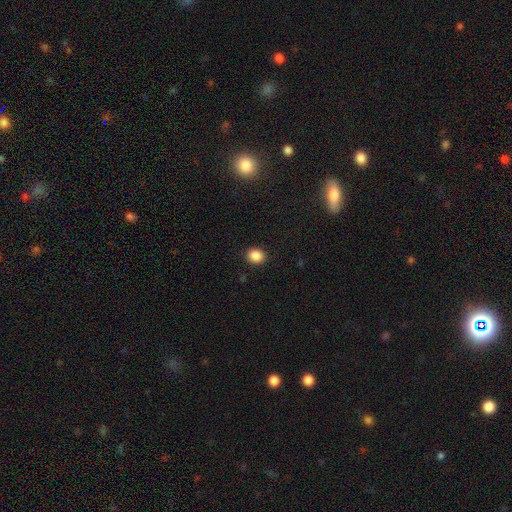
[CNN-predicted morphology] A smooth galaxy with no disk features (87%) that is round (71%).

Vote fractions:
- Smooth or featured? smooth: 87% / star or artifact: 10% / featured or disk: 3%
- How rounded? round: 71% / in between: 28% / cigar-shaped: 1%
- Merging? none: 91% / minor disturbance: 6% / major disturbance: 2% / merger: 1%